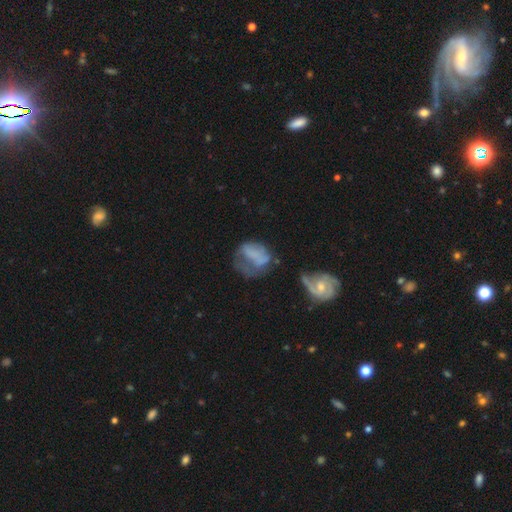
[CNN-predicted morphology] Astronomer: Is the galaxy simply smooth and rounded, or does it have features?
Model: smooth — 45% (runner-up: featured or disk, 43%).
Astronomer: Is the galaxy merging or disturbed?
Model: major disturbance — 39% (runner-up: none, 26%).